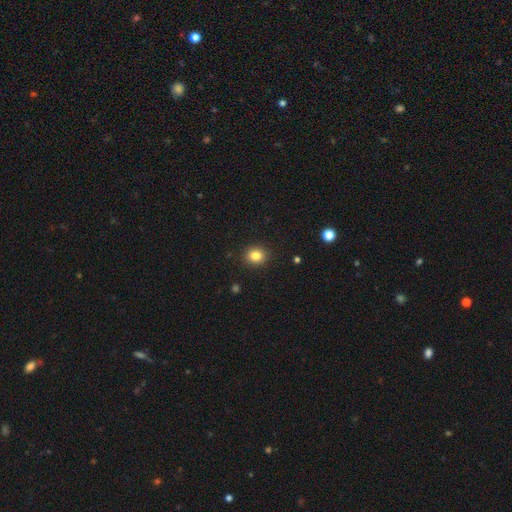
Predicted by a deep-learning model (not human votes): A smooth galaxy with no disk features (83%) that is round (76%). Merging: none (91%).